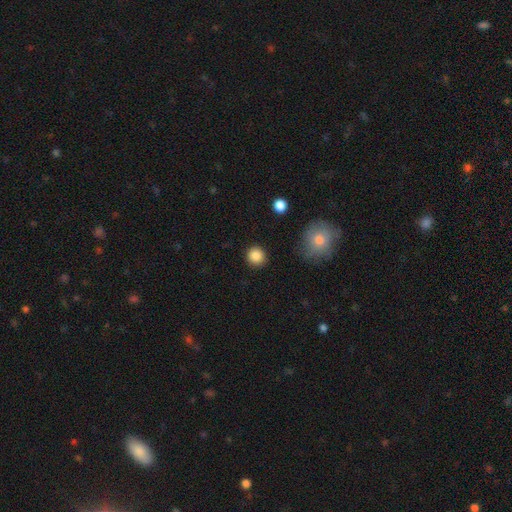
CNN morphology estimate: Smooth or featured?
  - smooth: 87% *
  - star or artifact: 9%
  - featured or disk: 4%
How rounded?
  - round: 93% *
  - in between: 6%
  - cigar-shaped: 1%
Merging?
  - none: 90% *
  - minor disturbance: 6%
  - major disturbance: 2%
  - merger: 1%